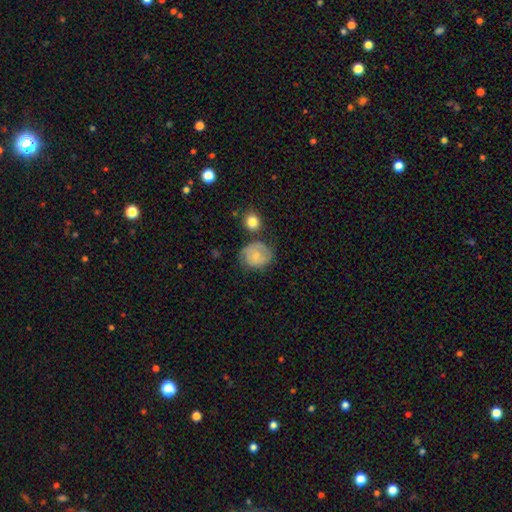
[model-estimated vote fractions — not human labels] smooth-or-featured: smooth: 57% | featured or disk: 36% | star or artifact: 8%
  how-rounded: round: 67% | in between: 32% | cigar-shaped: 1%
  merging: none: 55% | minor disturbance: 27% | major disturbance: 11% | merger: 7%